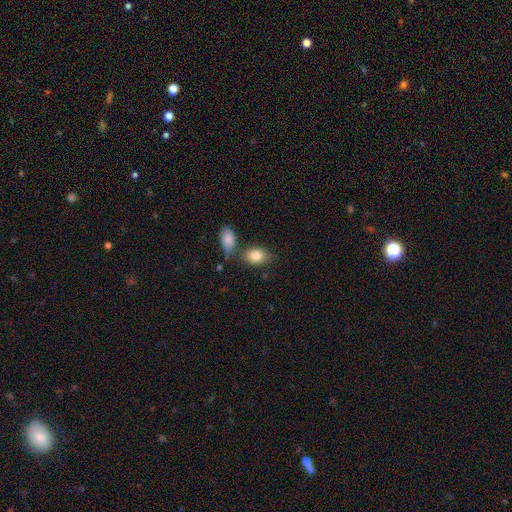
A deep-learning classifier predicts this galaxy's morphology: A smooth galaxy with no disk features (83%) that is in between round and cigar-shaped (81%). Merging: none (64%).